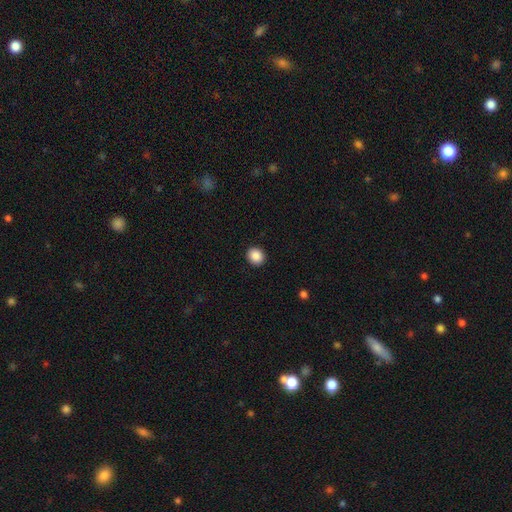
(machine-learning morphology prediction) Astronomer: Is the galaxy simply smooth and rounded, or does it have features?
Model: smooth — 89%.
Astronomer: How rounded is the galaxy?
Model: round — 81%.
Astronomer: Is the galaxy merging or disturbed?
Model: none — 92%.